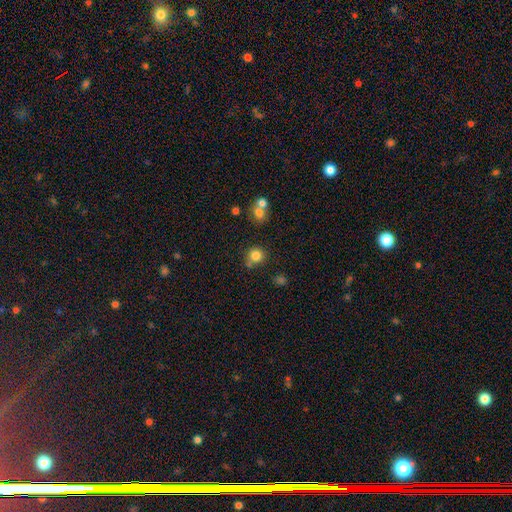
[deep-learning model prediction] This is clearly a smooth galaxy (81%). How rounded: clearly round (90%). Merging: likely none (71%).